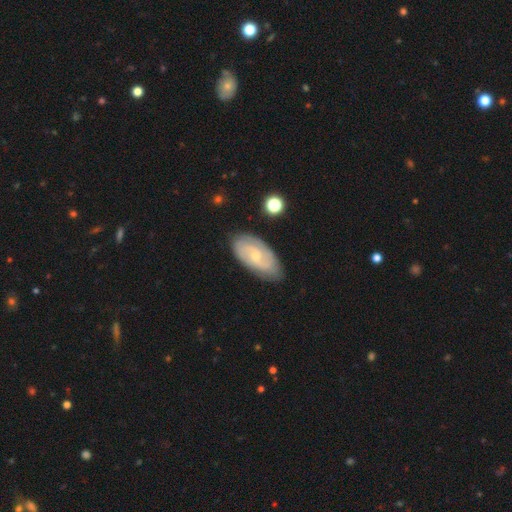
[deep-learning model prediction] Smooth or featured? featured or disk (73%)
Edge-on disk? no (94%)
Bar? no (55%)
Spiral arms? yes (91%)
Spiral winding? tight (47%)
Spiral arm count? 2 (60%)
Bulge size? small (62%)
Merging? none (79%)